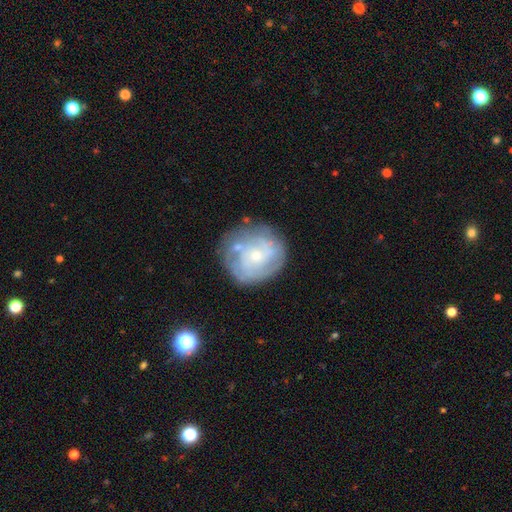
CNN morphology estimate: Smooth or featured: featured or disk — 70% (smooth — 22%)
Edge-on disk: no — 98% (yes — 2%)
Bar: no — 76% (weak — 21%)
Spiral arms: yes — 82% (no — 18%)
Spiral winding: tight — 63% (medium — 27%)
Spiral arm count: can't tell — 46% (3 — 17%)
Bulge size: small — 71% (moderate — 24%)
Merging: none — 71% (minor disturbance — 17%)